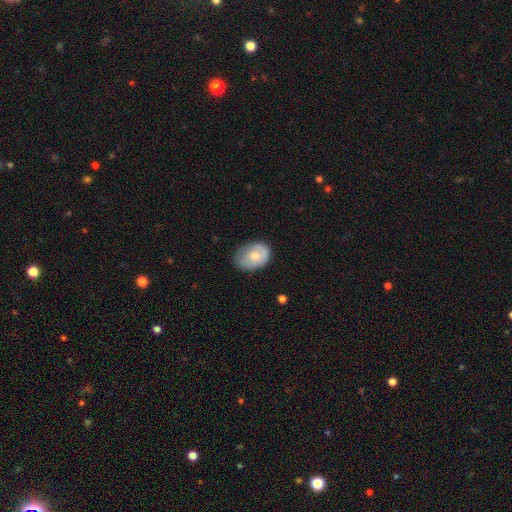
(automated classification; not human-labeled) smooth_or_featured: smooth (p=0.69) [alt: featured or disk p=0.25]
how_rounded: in between (p=0.75) [alt: round p=0.24]
merging: none (p=0.57) [alt: minor disturbance p=0.33]